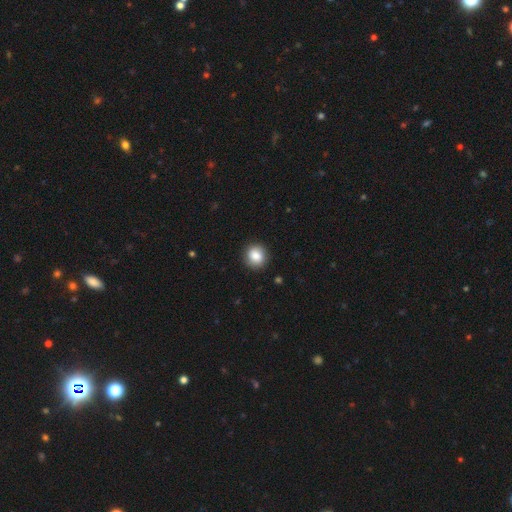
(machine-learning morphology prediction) This appears to be a smooth galaxy with no disk features (85%) that is round (85%). Merging: none (88%).